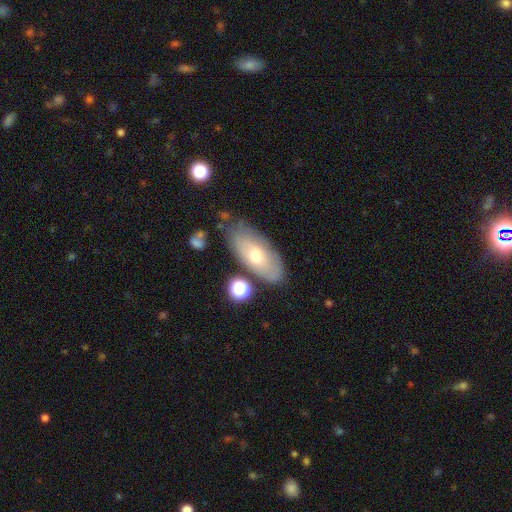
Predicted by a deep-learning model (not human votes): Morphology: type=smooth (56%); roundness=in between (85%); merging=none (73%).